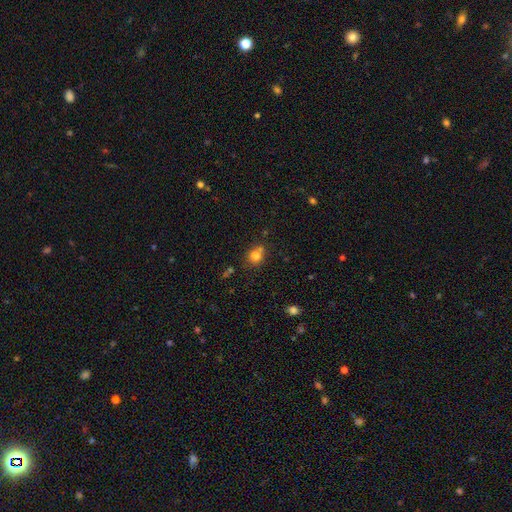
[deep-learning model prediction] Smooth or featured? Predicted: smooth (p=0.78). How rounded? Predicted: round (p=0.71). Merging? Predicted: none (p=0.53).